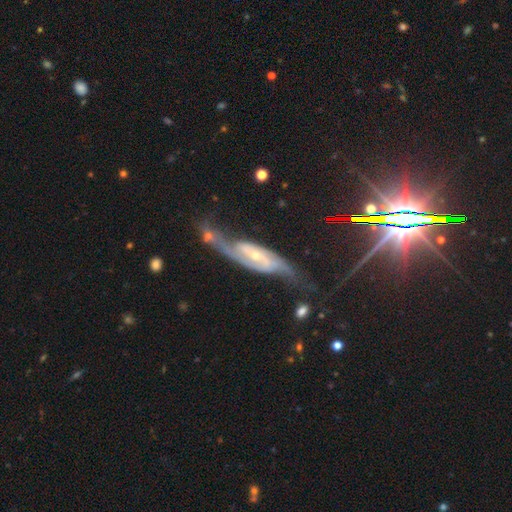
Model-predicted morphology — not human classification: smooth_or_featured: featured or disk (p=0.83) [alt: smooth p=0.08]
disk_edge_on: no (p=0.87) [alt: yes p=0.13]
bar: weak (p=0.39) [alt: no p=0.36]
has_spiral_arms: yes (p=0.95) [alt: no p=0.05]
spiral_winding: medium (p=0.43) [alt: loose p=0.33]
spiral_arm_count: 2 (p=0.85) [alt: can't tell p=0.08]
bulge_size: small (p=0.63) [alt: moderate p=0.32]
merging: none (p=0.48) [alt: minor disturbance p=0.23]